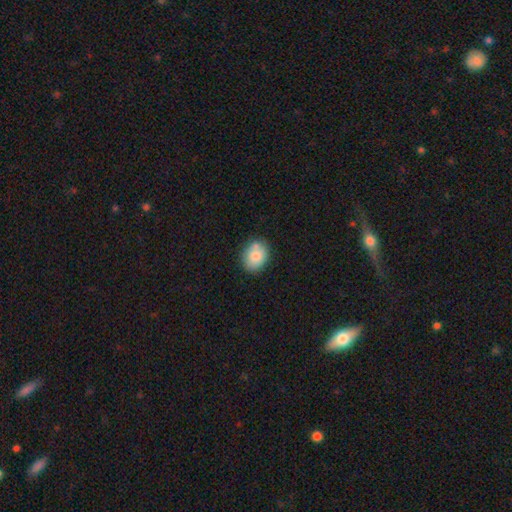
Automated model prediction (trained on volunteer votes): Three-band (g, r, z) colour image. It shows a smooth galaxy with no disk features (82%) that is in between round and cigar-shaped (61%). Merging: none (73%).